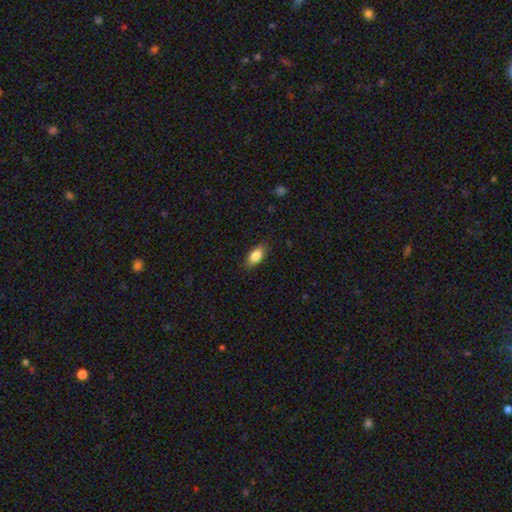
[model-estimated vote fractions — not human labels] Morphology: type=smooth (84%); roundness=in between (87%); merging=none (84%).